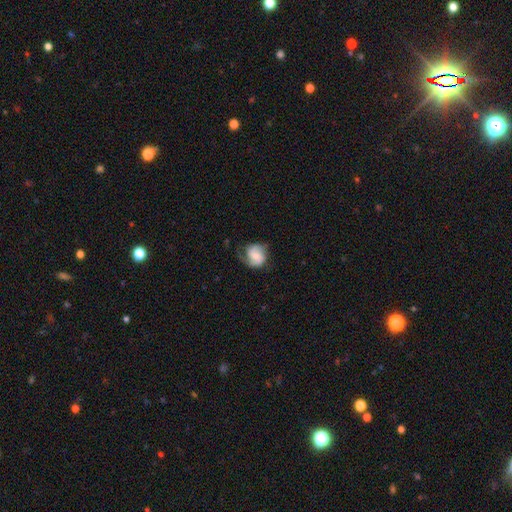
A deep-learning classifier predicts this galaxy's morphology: Smooth or featured?
  - featured or disk: 55% *
  - smooth: 38%
  - star or artifact: 7%
Edge-on disk?
  - no: 97% *
  - yes: 3%
Bar?
  - no: 50% *
  - weak: 38%
  - strong: 13%
Spiral arms?
  - yes: 88% *
  - no: 12%
Bulge size?
  - small: 37% *
  - moderate: 35%
  - none: 13%
  - large: 11%
  - dominant: 3%
Merging?
  - none: 52% *
  - minor disturbance: 28%
  - major disturbance: 19%
  - merger: 2%